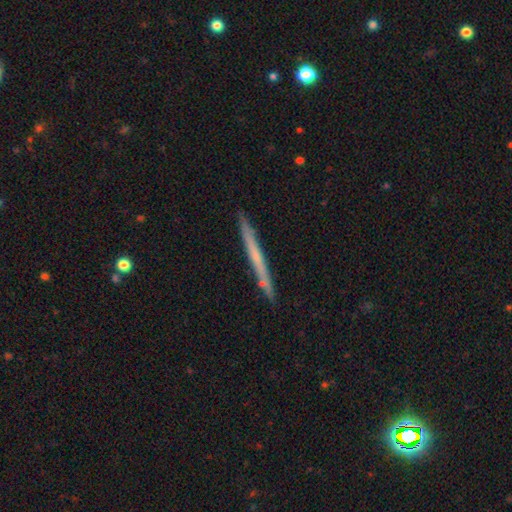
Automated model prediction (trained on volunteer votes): A featured or disk galaxy (48%). Merging: none (89%).